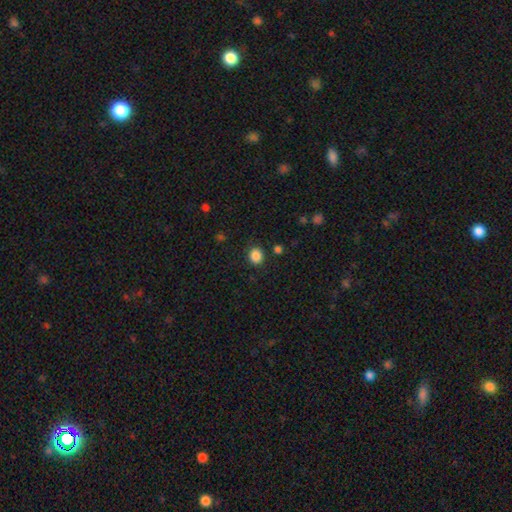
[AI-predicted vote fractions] This is clearly a smooth galaxy (86%). How rounded: likely round (74%). Merging: clearly none (87%).